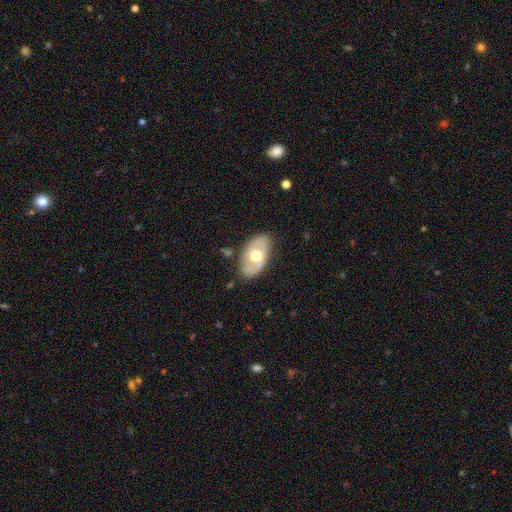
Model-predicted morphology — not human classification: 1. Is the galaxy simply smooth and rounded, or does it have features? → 55% featured or disk, 40% smooth, 5% star or artifact.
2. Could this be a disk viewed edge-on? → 87% no, 13% yes.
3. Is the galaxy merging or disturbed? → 78% none, 16% minor disturbance, 5% major disturbance, 2% merger.